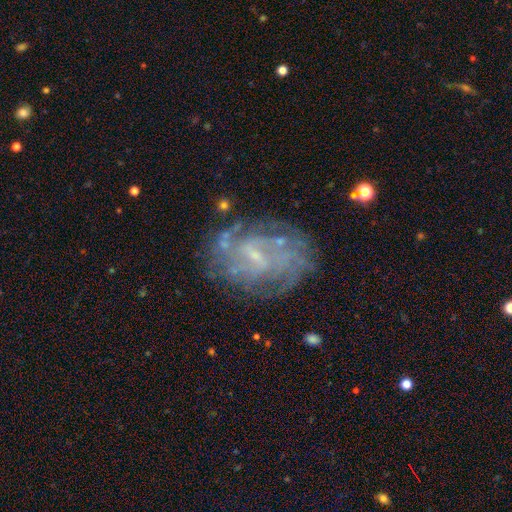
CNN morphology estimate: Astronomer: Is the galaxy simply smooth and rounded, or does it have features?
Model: featured or disk — 80%.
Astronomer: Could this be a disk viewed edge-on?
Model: no — 97%.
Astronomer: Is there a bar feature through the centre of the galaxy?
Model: weak — 53% (runner-up: no, 30%).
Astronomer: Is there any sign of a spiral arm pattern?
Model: yes — 84%.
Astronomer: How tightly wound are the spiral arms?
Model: tight — 48% (runner-up: medium, 36%).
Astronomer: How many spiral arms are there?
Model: can't tell — 48%.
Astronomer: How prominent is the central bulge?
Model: small — 67%.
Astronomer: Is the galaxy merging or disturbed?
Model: none — 67%.